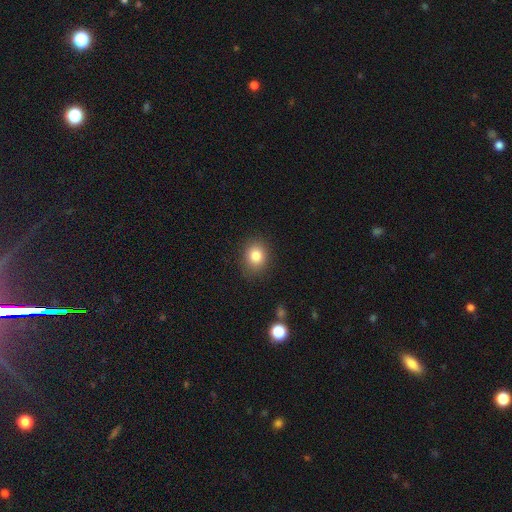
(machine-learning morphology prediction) type=smooth (82%); roundness=round (61%); merging=none (86%).